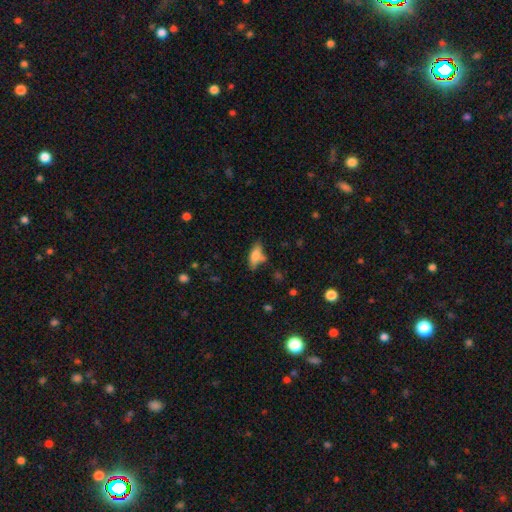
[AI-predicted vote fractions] smooth 71%, featured or disk 20%, star or artifact 8%. Down the decision tree: how rounded — in between (69%); merging — none (59%).